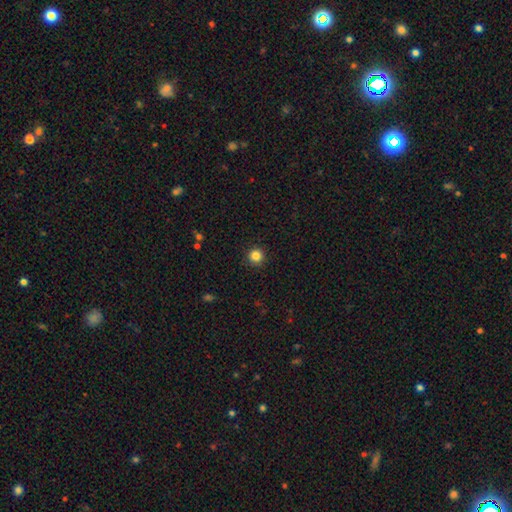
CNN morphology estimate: A smooth galaxy with no disk features (85%) that is round (95%).

Vote fractions:
- Smooth or featured? smooth: 85% / star or artifact: 12% / featured or disk: 4%
- How rounded? round: 95% / in between: 4% / cigar-shaped: 1%
- Merging? none: 92% / minor disturbance: 5% / major disturbance: 2% / merger: 1%